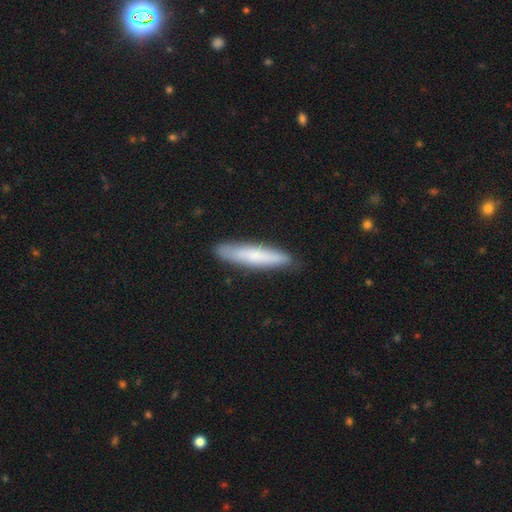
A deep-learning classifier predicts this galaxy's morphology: This appears to be a smooth galaxy with no disk features (73%) that is cigar-shaped (88%). Merging: none (87%).